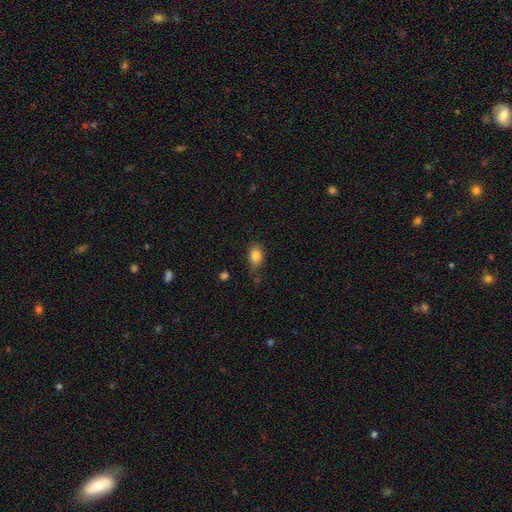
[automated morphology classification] A smooth galaxy with no disk features (84%) that is in between round and cigar-shaped (75%).

Vote fractions:
- Smooth or featured? smooth: 84% / star or artifact: 9% / featured or disk: 7%
- How rounded? in between: 75% / round: 23% / cigar-shaped: 2%
- Merging? none: 65% / minor disturbance: 26% / major disturbance: 6% / merger: 3%